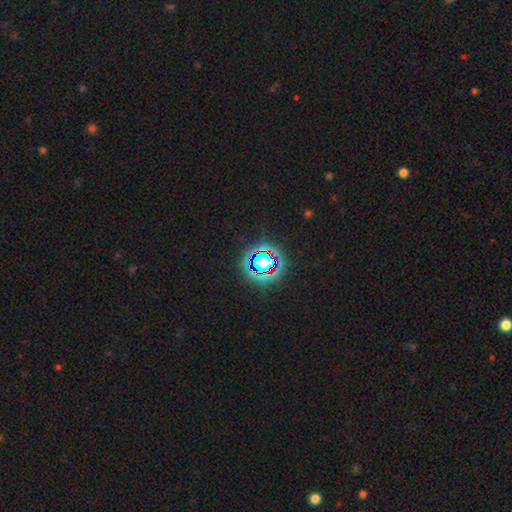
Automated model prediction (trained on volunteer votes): Overall: star or artifact (79%).